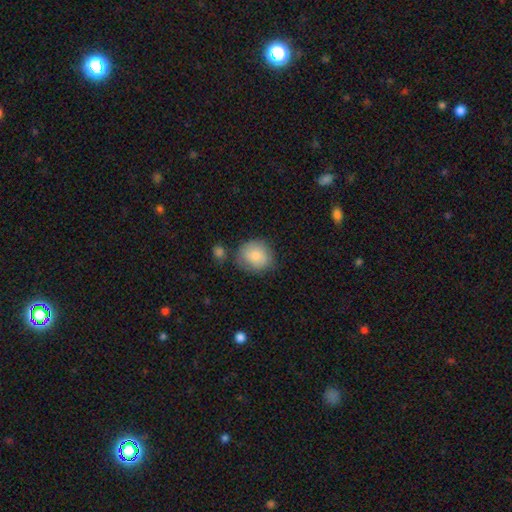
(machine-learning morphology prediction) A smooth galaxy with no disk features (82%) that is round (80%).

Vote fractions:
- Smooth or featured? smooth: 82% / featured or disk: 11% / star or artifact: 7%
- How rounded? round: 80% / in between: 19% / cigar-shaped: 1%
- Merging? none: 67% / minor disturbance: 20% / merger: 8% / major disturbance: 5%